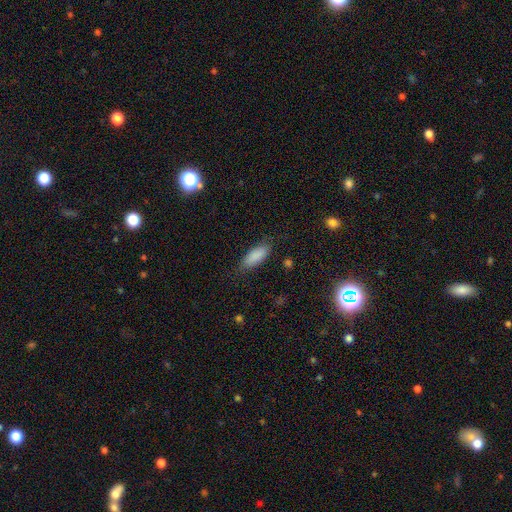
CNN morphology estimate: Q: Smooth or featured?
A: smooth (87%); runner-up: star or artifact (7%)
Q: How rounded?
A: in between (80%); runner-up: cigar-shaped (19%)
Q: Merging?
A: none (78%); runner-up: minor disturbance (16%)